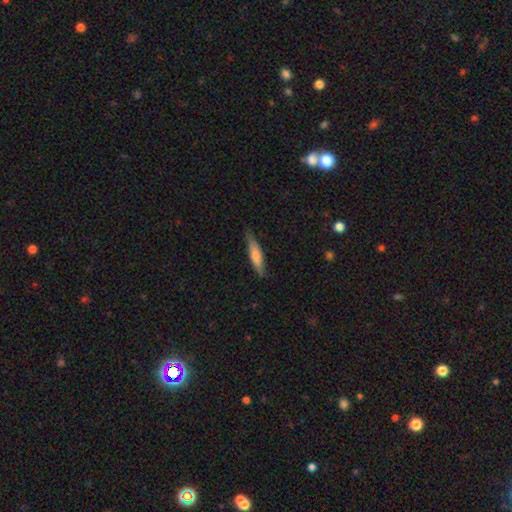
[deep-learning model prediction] The model was most divided on "smooth or featured": smooth: 70%, featured or disk: 25%, star or artifact: 6%. More confident: merging — none (81%); how rounded — cigar-shaped (80%).